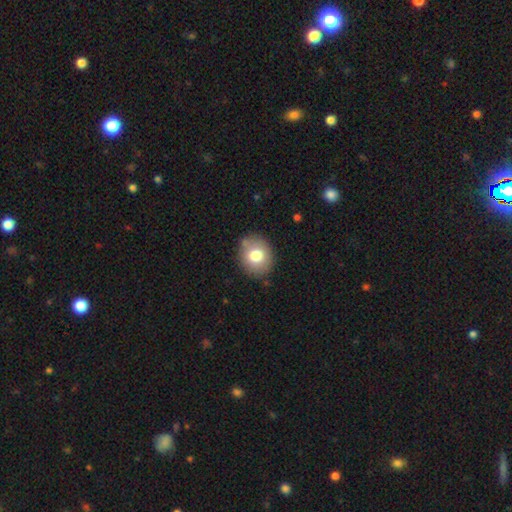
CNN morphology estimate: Smooth or featured? smooth (76%)
How rounded? round (73%)
Merging? none (83%)